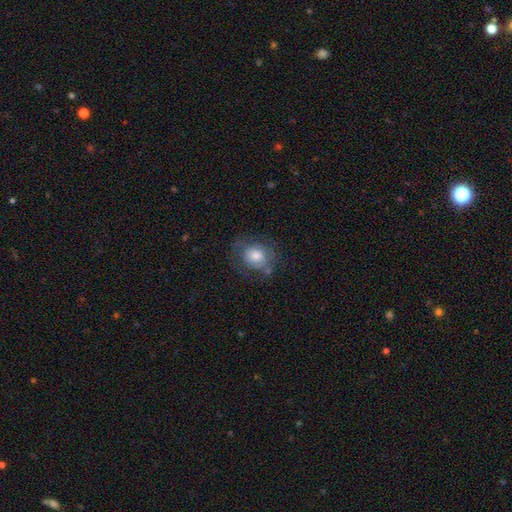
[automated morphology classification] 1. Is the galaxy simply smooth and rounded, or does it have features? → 60% smooth, 31% featured or disk, 10% star or artifact.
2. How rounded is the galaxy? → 69% round, 30% in between, 1% cigar-shaped.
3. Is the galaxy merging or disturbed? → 63% none, 22% minor disturbance, 13% major disturbance, 2% merger.